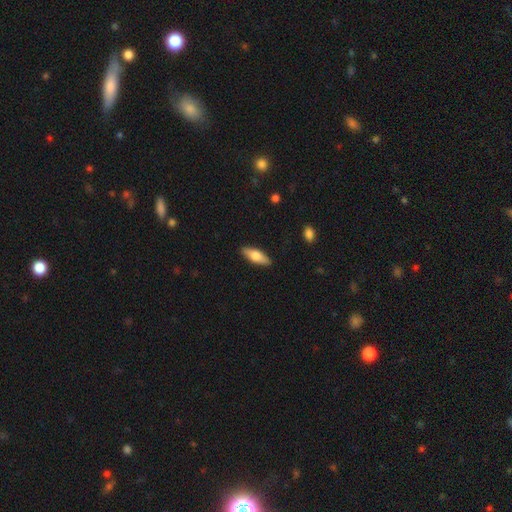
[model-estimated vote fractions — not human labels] This appears to be a smooth galaxy with no disk features (63%) that is in between round and cigar-shaped (55%). Merging: none (89%).